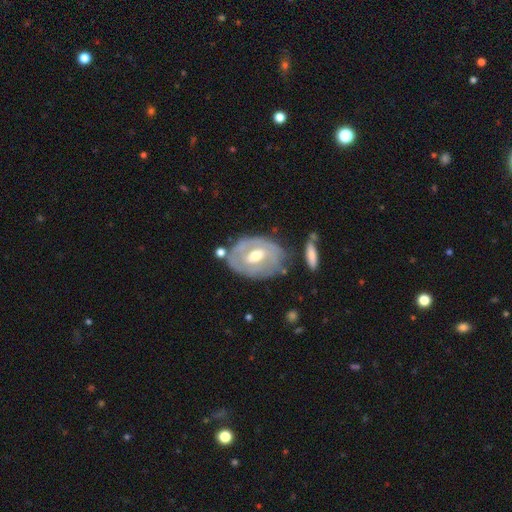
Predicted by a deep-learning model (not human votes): The model was most divided on "bar": weak: 48%, no: 32%, strong: 20%. More confident: edge-on disk — no (94%); smooth or featured — featured or disk (72%); bulge size — moderate (71%); merging — none (64%); spiral arms — yes (60%).